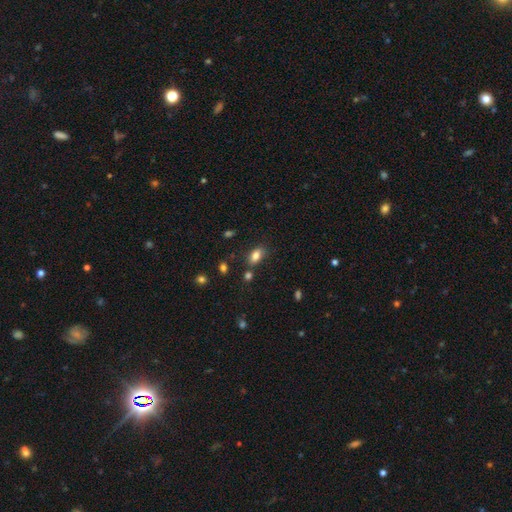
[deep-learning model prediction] Smooth or featured: smooth — 83% (star or artifact — 10%)
How rounded: in between — 86% (round — 11%)
Merging: none — 75% (minor disturbance — 14%)